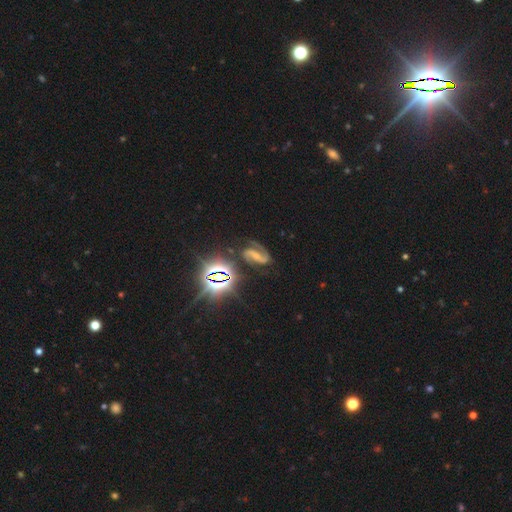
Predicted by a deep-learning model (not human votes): A featured or disk galaxy (75%) with a strong bar (47%), 2 (89%) medium (53%) spiral arms (96%) and a small central bulge (55%). Merging: none (67%).